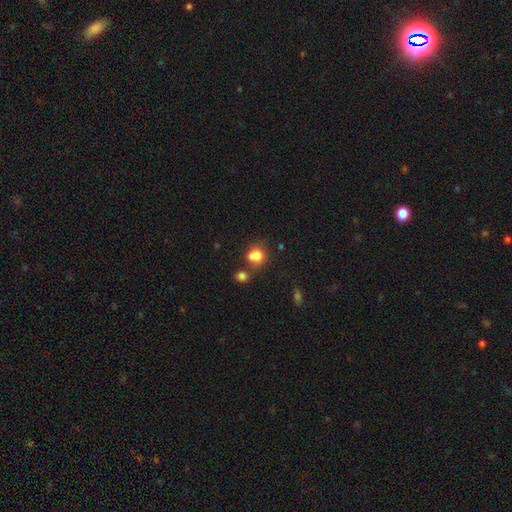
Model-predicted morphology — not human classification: smooth 80%, star or artifact 12%, featured or disk 9%. Down the decision tree: how rounded — round (54%); merging — none (43%).